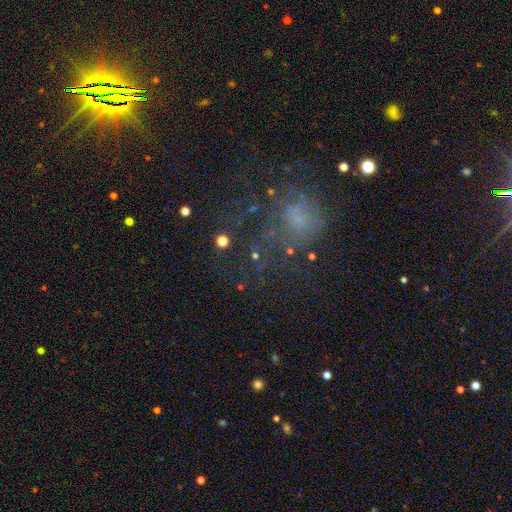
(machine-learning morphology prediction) A smooth galaxy with no disk features (38%). Merging: none (50%).